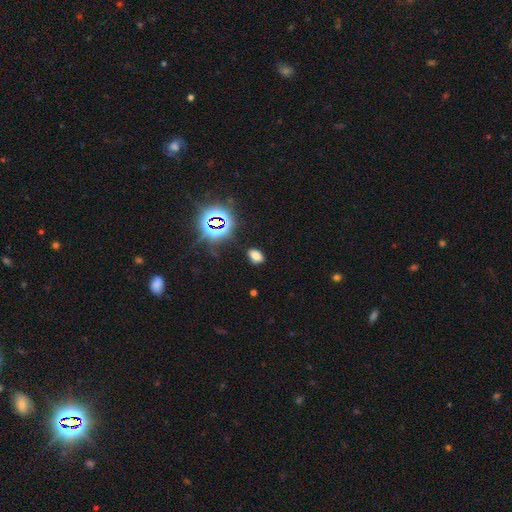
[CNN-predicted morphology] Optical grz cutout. It shows a smooth galaxy with no disk features (65%) that is in between round and cigar-shaped (85%). Merging: none (83%).